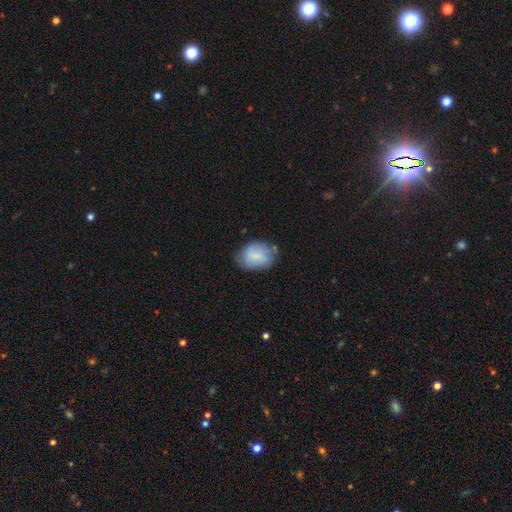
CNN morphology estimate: type=smooth (74%); roundness=in between (69%); merging=none (66%).